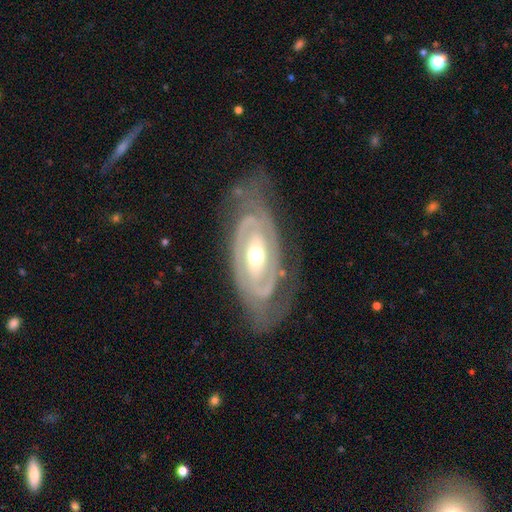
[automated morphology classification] This is clearly a featured or disk galaxy (87%). It is clearly not viewed edge-on (93%). Bar: possibly no (60%). Spiral arm pattern: clearly yes (85%). Spiral arm count: likely 2 (64%). Spiral winding: likely tight (68%). Central bulge: likely moderate (67%). Merging: likely none (70%).